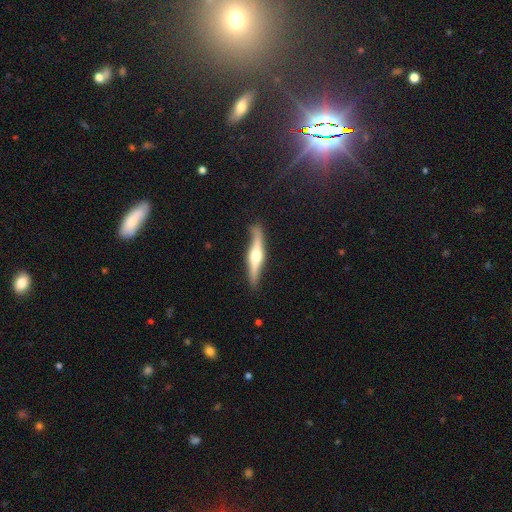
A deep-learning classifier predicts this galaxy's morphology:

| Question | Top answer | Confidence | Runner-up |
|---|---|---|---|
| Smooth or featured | featured or disk | 72% | smooth (23%) |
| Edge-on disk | yes | 94% | no (6%) |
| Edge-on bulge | rounded | 92% | boxy (5%) |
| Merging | none | 80% | minor disturbance (15%) |